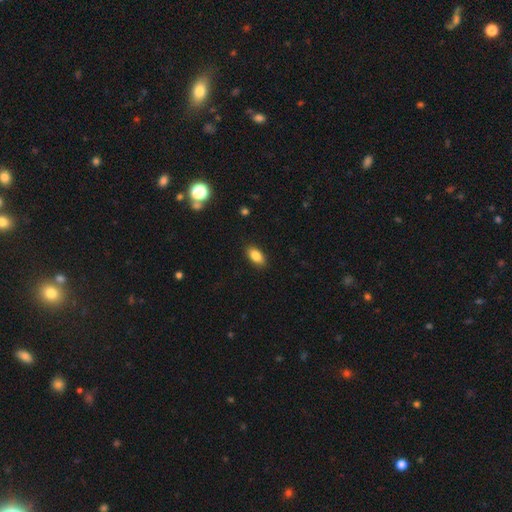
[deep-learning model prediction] Smooth or featured?
  - smooth: 85% *
  - star or artifact: 8%
  - featured or disk: 7%
How rounded?
  - in between: 90% *
  - round: 5%
  - cigar-shaped: 5%
Merging?
  - none: 88% *
  - minor disturbance: 8%
  - major disturbance: 2%
  - merger: 1%